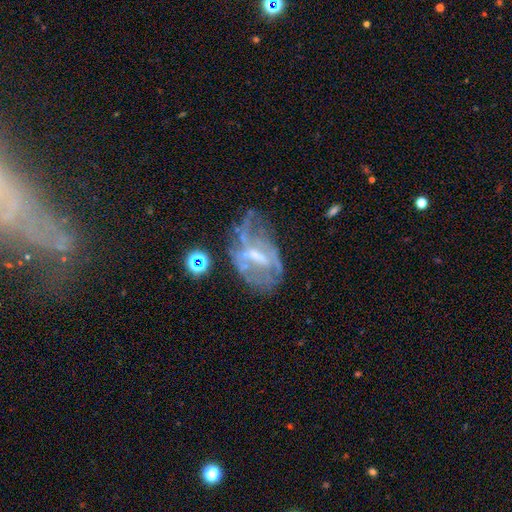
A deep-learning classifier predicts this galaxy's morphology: featured or disk 71%, smooth 18%, star or artifact 11%. Down the decision tree: edge-on disk — no (95%); bar — weak (45%); spiral arms — no (56%); bulge size — small (36%); merging — none (39%).